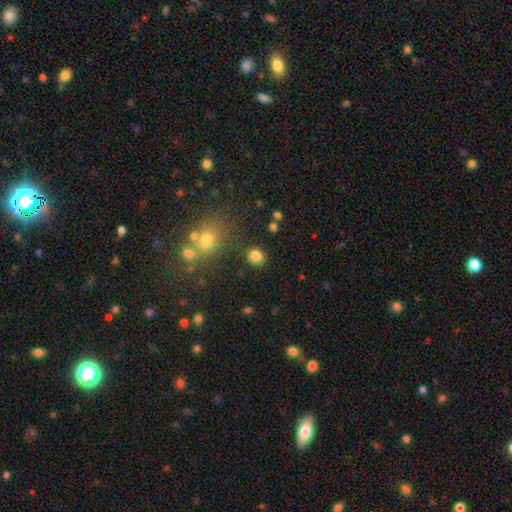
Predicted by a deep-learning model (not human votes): Smooth or featured?
  - smooth: 83% *
  - star or artifact: 12%
  - featured or disk: 5%
How rounded?
  - round: 74% *
  - in between: 25%
  - cigar-shaped: 1%
Merging?
  - none: 87% *
  - minor disturbance: 7%
  - merger: 3%
  - major disturbance: 3%